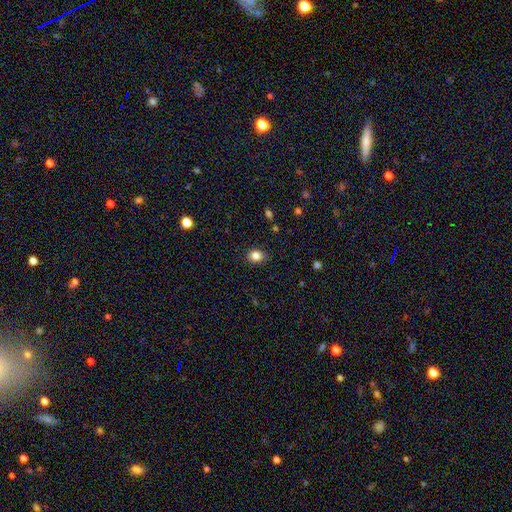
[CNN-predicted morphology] smooth 84%, star or artifact 11%, featured or disk 6%. Down the decision tree: how rounded — round (50%); merging — none (88%).